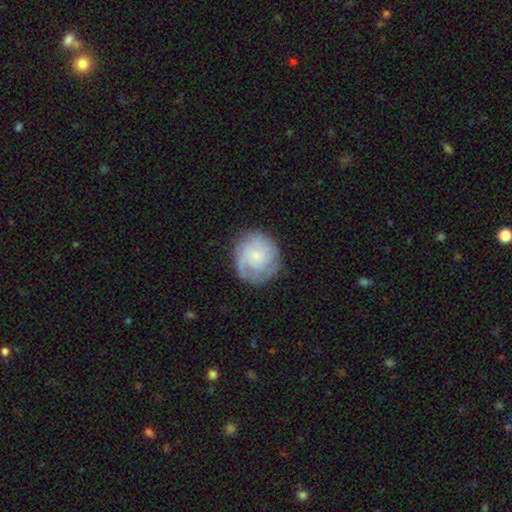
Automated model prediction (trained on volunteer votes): Smooth or featured? featured or disk (59%)
Edge-on disk? no (98%)
Bar? no (73%)
Spiral arms? yes (89%)
Spiral winding? tight (58%)
Spiral arm count? can't tell (40%)
Bulge size? small (56%)
Merging? none (76%)